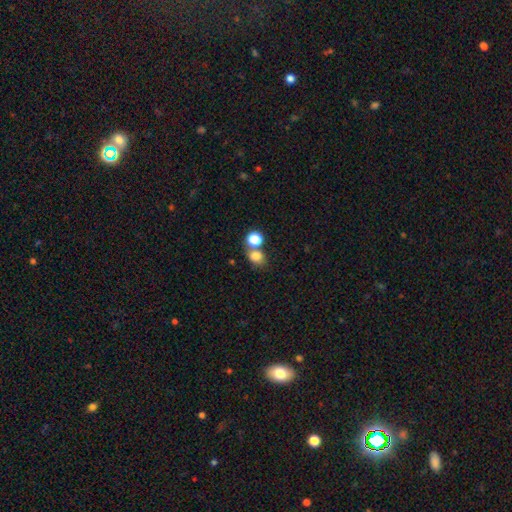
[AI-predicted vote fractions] Smooth or featured?
  - smooth: 79% *
  - star or artifact: 14%
  - featured or disk: 7%
How rounded?
  - round: 60% *
  - in between: 39%
  - cigar-shaped: 1%
Merging?
  - none: 52% *
  - merger: 34%
  - minor disturbance: 10%
  - major disturbance: 4%